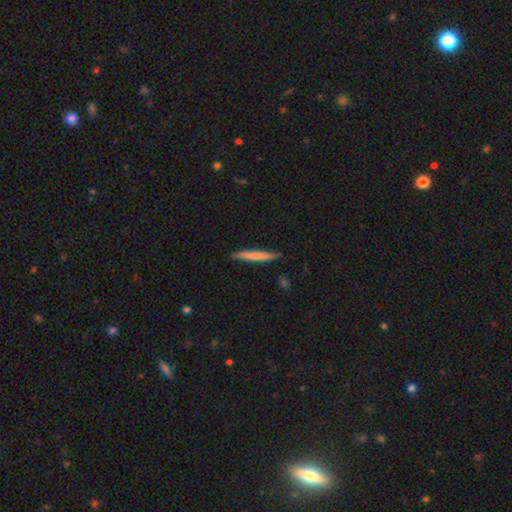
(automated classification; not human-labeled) smooth-or-featured: smooth: 66% | featured or disk: 29% | star or artifact: 5%
  how-rounded: cigar-shaped: 96% | in between: 3% | round: 1%
  merging: none: 88% | minor disturbance: 9% | major disturbance: 2% | merger: 1%